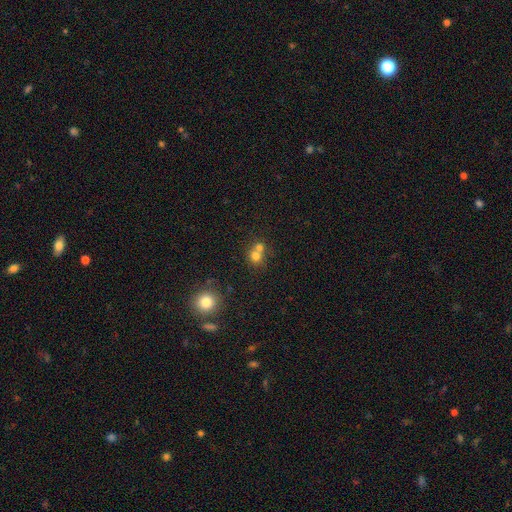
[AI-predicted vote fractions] smooth 74%, star or artifact 14%, featured or disk 13%. Down the decision tree: how rounded — round (80%); merging — merger (55%).